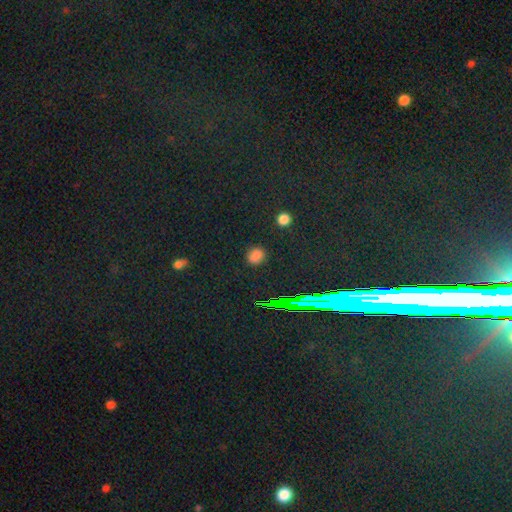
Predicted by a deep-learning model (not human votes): A smooth galaxy with no disk features (76%) that is round (57%).

Vote fractions:
- Smooth or featured? smooth: 76% / star or artifact: 20% / featured or disk: 5%
- How rounded? round: 57% / in between: 41% / cigar-shaped: 2%
- Merging? none: 87% / minor disturbance: 9% / major disturbance: 3% / merger: 2%